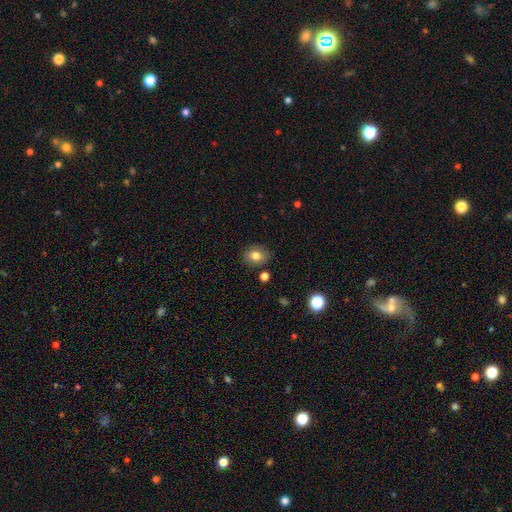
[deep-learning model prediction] Overall: smooth (78%). How rounded: in between (51%; round 48%). Merging: none (83%).